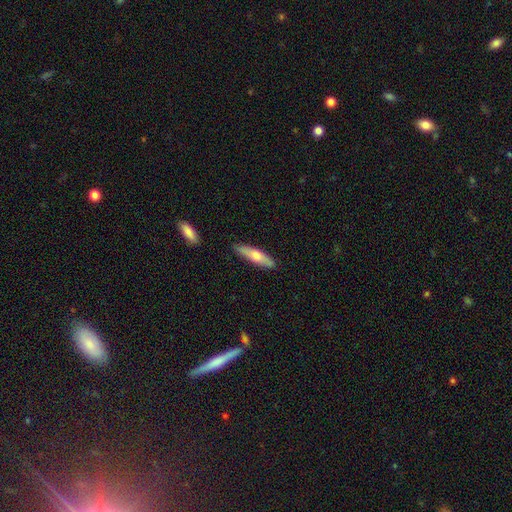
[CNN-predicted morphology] This is possibly a smooth galaxy (58%). How rounded: likely cigar-shaped (76%). Merging: clearly none (87%).